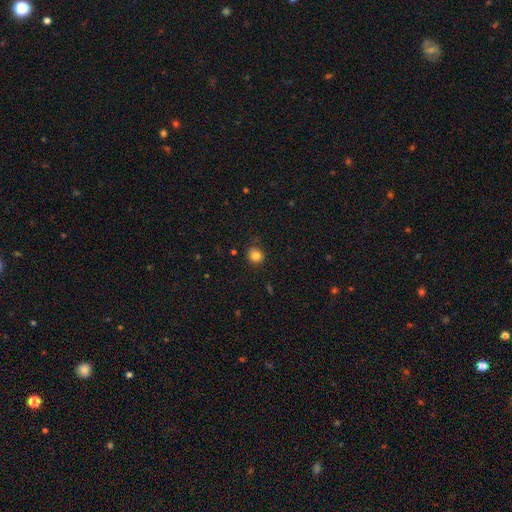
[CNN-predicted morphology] Q: Smooth or featured?
A: smooth (83%); runner-up: star or artifact (12%)
Q: How rounded?
A: round (85%); runner-up: in between (14%)
Q: Merging?
A: none (82%); runner-up: minor disturbance (13%)